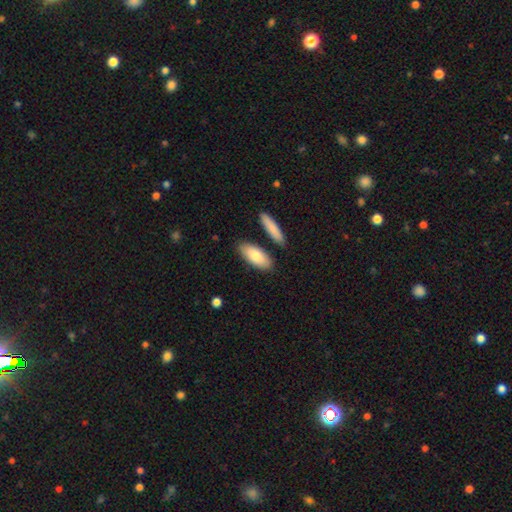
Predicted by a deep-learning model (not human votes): Overall: smooth (83%). How rounded: in between (80%). Merging: none (81%).